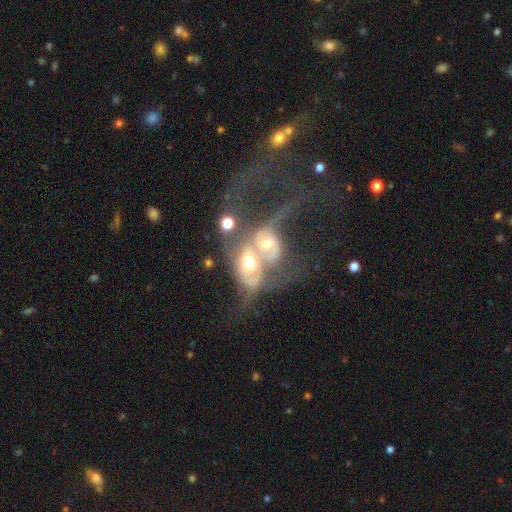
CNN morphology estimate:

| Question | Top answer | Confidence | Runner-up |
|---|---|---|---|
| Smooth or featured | featured or disk | 67% | smooth (20%) |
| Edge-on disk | no | 95% | yes (5%) |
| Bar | no | 77% | weak (17%) |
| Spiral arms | no | 52% | yes (48%) |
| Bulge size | moderate | 60% | small (22%) |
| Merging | merger | 76% | major disturbance (15%) |